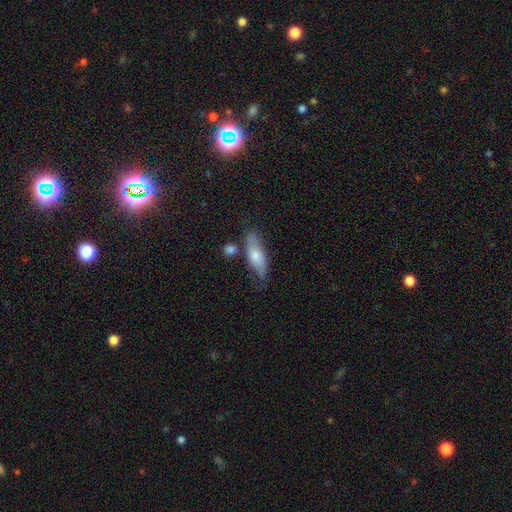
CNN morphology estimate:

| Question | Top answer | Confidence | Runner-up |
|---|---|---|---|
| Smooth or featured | smooth | 59% | featured or disk (35%) |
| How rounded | in between | 60% | cigar-shaped (37%) |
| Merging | none | 63% | minor disturbance (22%) |